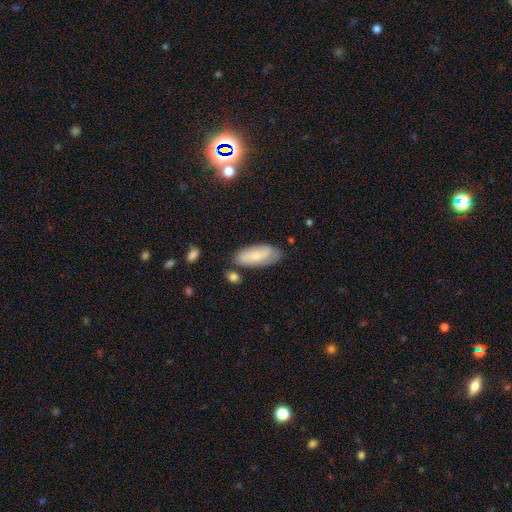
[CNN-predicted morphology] smooth 64%, featured or disk 29%, star or artifact 7%. Down the decision tree: how rounded — in between (80%); merging — none (71%).